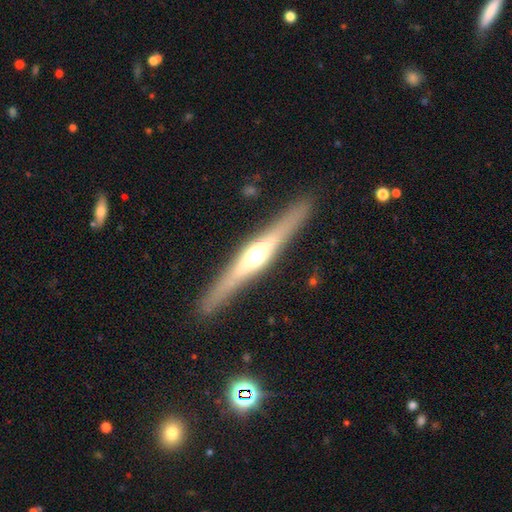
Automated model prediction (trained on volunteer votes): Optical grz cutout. It shows a featured or disk galaxy (72%) viewed edge-on (96%) with a rounded central bulge (93%). Merging: none (88%).